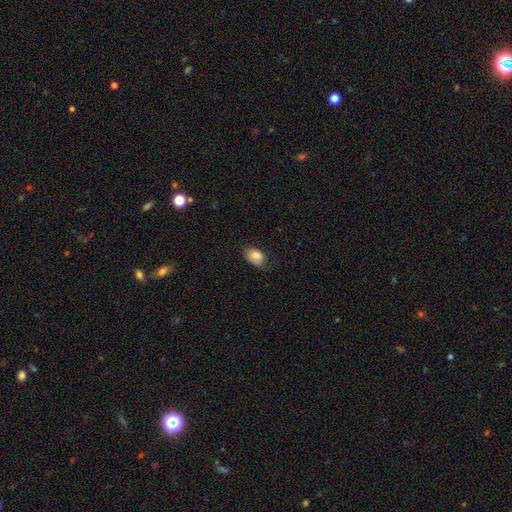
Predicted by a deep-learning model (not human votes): This is clearly a smooth galaxy (85%). How rounded: clearly in between (83%). Merging: likely none (67%).